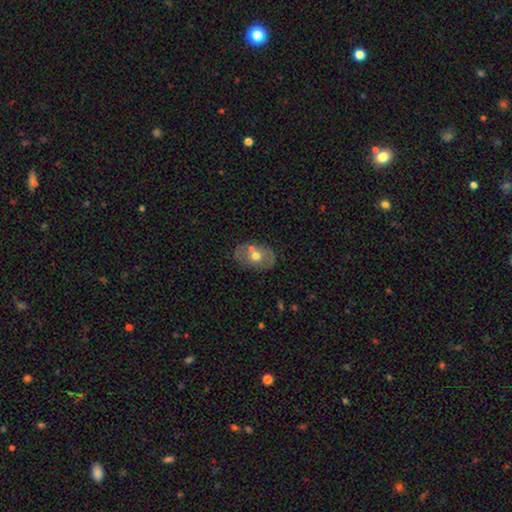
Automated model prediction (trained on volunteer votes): Q: Smooth or featured?
A: smooth (52%); runner-up: featured or disk (41%)
Q: How rounded?
A: in between (76%); runner-up: round (23%)
Q: Merging?
A: none (59%); runner-up: merger (19%)